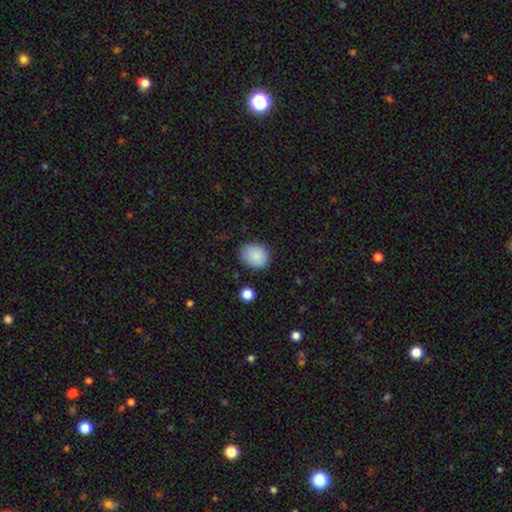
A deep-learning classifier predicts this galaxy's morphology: Overall: smooth (88%). How rounded: round (51%; in between 49%). Merging: none (81%).